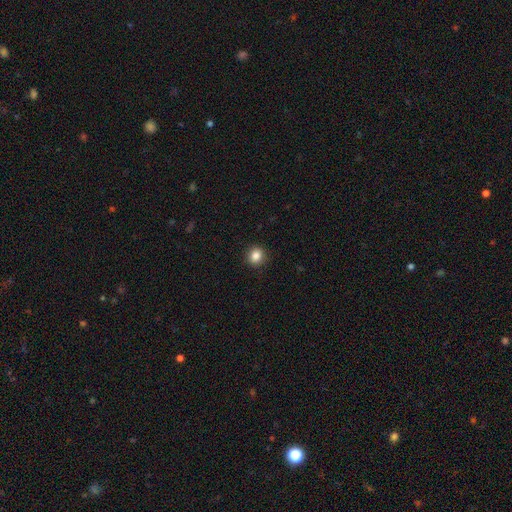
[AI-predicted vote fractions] smooth-or-featured: smooth: 86% | star or artifact: 10% | featured or disk: 4%
  how-rounded: round: 84% | in between: 15% | cigar-shaped: 1%
  merging: none: 91% | minor disturbance: 6% | major disturbance: 2% | merger: 1%